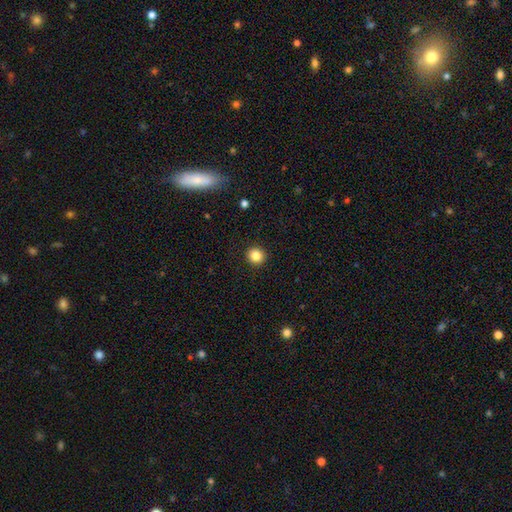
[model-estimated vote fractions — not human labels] A smooth galaxy with no disk features (85%) that is round (93%). Merging: none (93%).